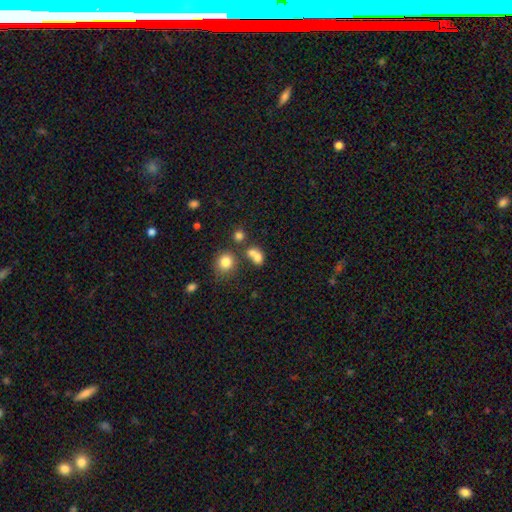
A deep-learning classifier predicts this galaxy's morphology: Smooth or featured?
  - smooth: 72% *
  - star or artifact: 14%
  - featured or disk: 13%
How rounded?
  - round: 54% *
  - in between: 44%
  - cigar-shaped: 2%
Merging?
  - merger: 49% *
  - none: 35%
  - minor disturbance: 10%
  - major disturbance: 6%